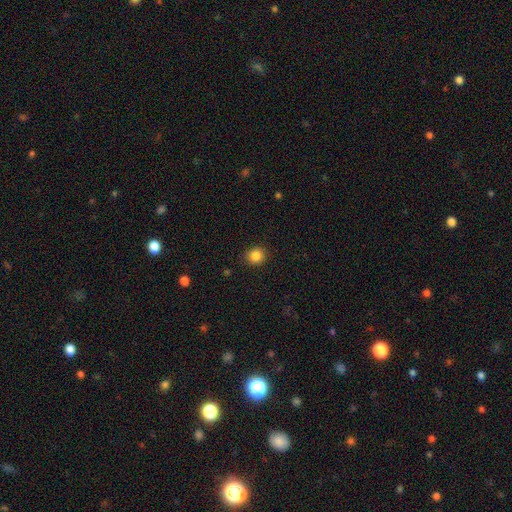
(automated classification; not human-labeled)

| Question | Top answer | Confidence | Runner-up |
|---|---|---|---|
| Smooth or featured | smooth | 85% | star or artifact (11%) |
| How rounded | round | 84% | in between (16%) |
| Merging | none | 90% | minor disturbance (7%) |